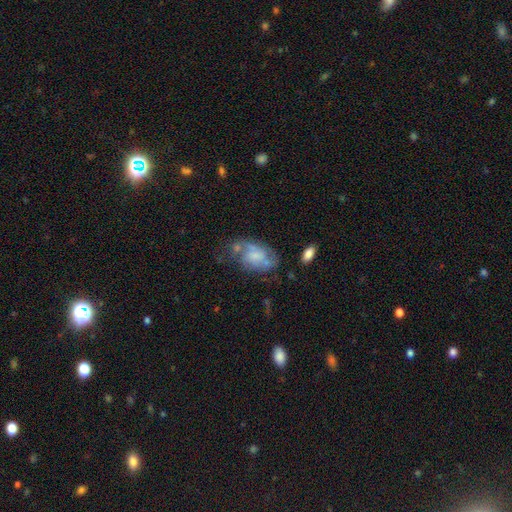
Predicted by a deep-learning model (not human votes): smooth_or_featured: featured or disk (p=0.49) [alt: smooth p=0.42]
merging: none (p=0.36) [alt: minor disturbance p=0.27]